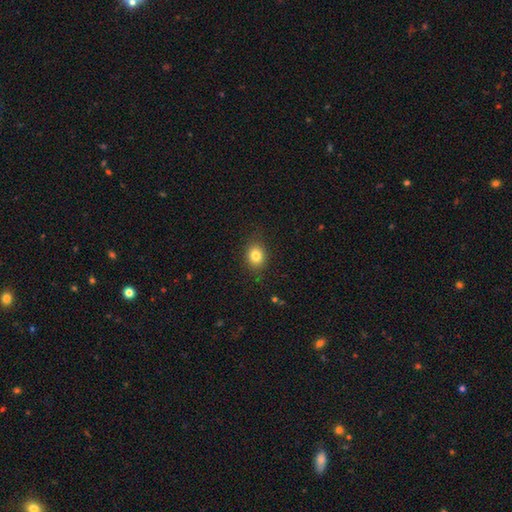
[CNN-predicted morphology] smooth_or_featured: smooth (p=0.82) [alt: star or artifact p=0.11]
how_rounded: round (p=0.61) [alt: in between p=0.38]
merging: none (p=0.86) [alt: minor disturbance p=0.10]